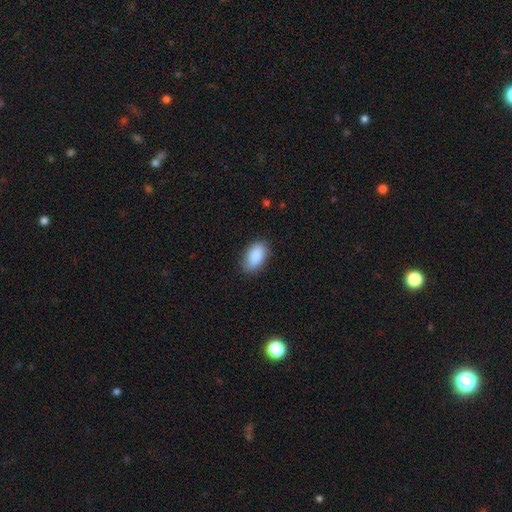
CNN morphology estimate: Q: Smooth or featured?
A: smooth (89%); runner-up: star or artifact (6%)
Q: How rounded?
A: in between (93%); runner-up: round (5%)
Q: Merging?
A: none (85%); runner-up: minor disturbance (12%)